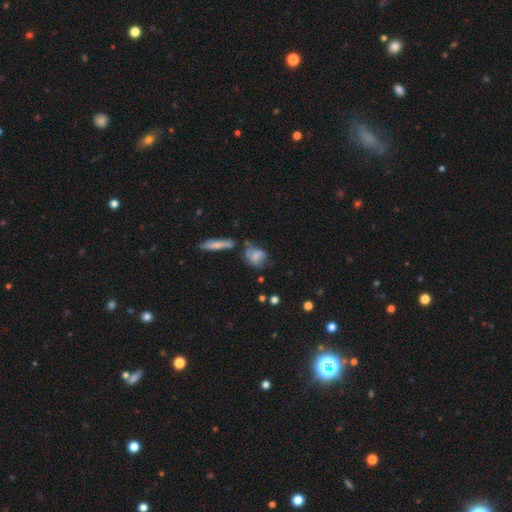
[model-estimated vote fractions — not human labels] Smooth or featured: smooth — 62% (featured or disk — 29%)
How rounded: in between — 64% (round — 29%)
Merging: none — 44% (minor disturbance — 26%)